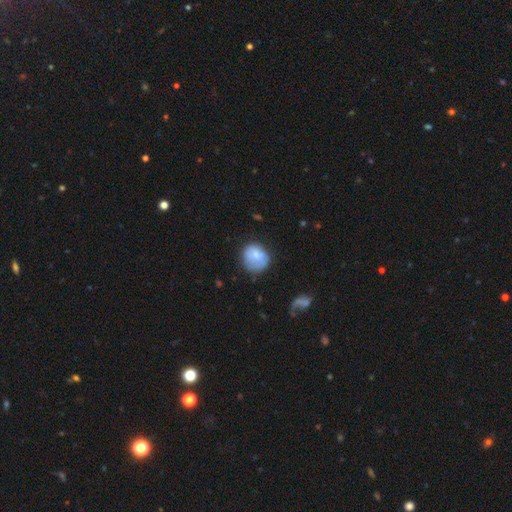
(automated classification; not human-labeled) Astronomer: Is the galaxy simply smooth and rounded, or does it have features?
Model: smooth — 72%.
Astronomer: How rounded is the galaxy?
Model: round — 80%.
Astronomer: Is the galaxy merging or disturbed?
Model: none — 59%.